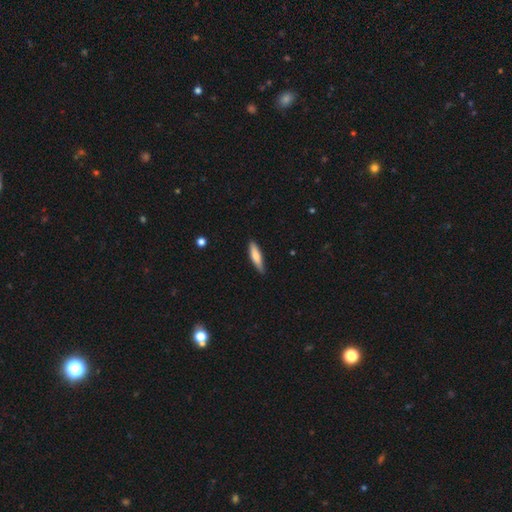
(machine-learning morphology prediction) This appears to be a smooth galaxy with no disk features (73%) that is cigar-shaped (75%). Merging: none (84%).